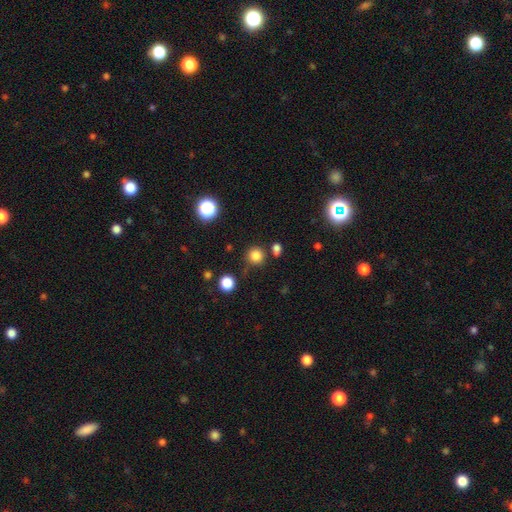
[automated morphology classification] Overall: smooth (81%). How rounded: round (92%). Merging: none (79%).